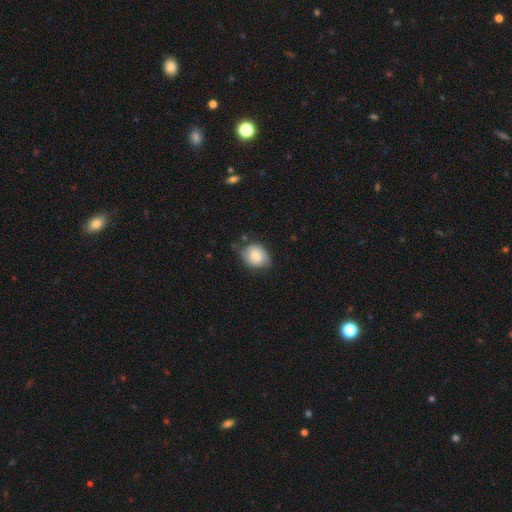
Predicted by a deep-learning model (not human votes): This is likely a smooth galaxy (75%). How rounded: possibly round (54%). Merging: likely none (64%).